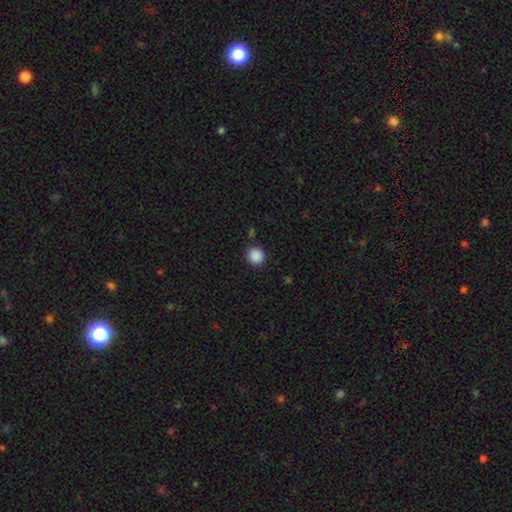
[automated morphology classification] This is clearly a smooth galaxy (88%). How rounded: clearly round (93%). Merging: clearly none (89%).